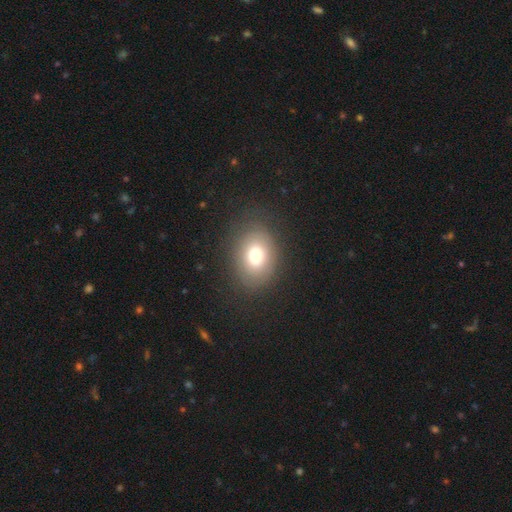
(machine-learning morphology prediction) This is likely a smooth galaxy (72%). How rounded: likely in between (61%). Merging: likely none (79%).